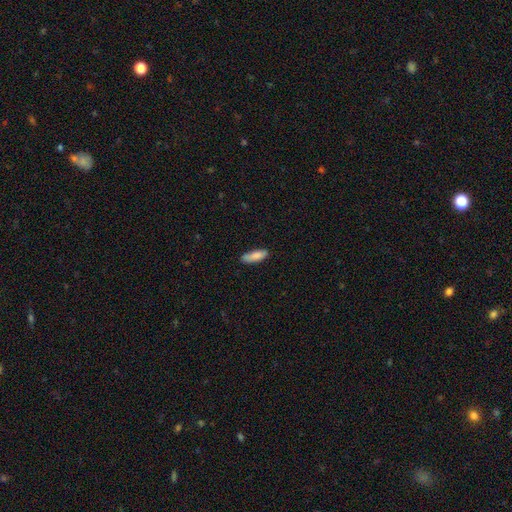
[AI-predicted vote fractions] Morphology: type=smooth (86%); roundness=in between (50%); merging=none (81%).